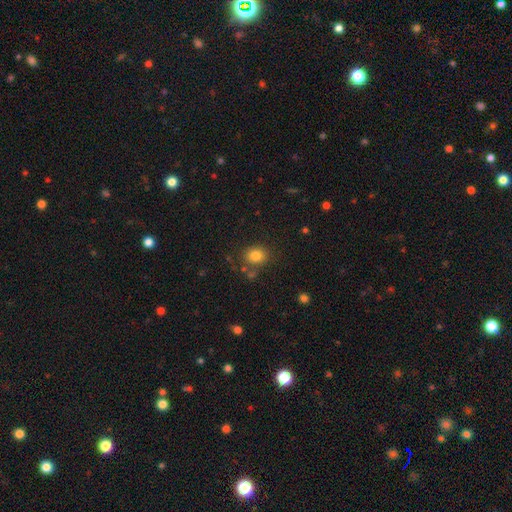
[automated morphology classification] smooth_or_featured: smooth (p=0.81) [alt: star or artifact p=0.12]
how_rounded: round (p=0.60) [alt: in between p=0.39]
merging: none (p=0.76) [alt: minor disturbance p=0.12]